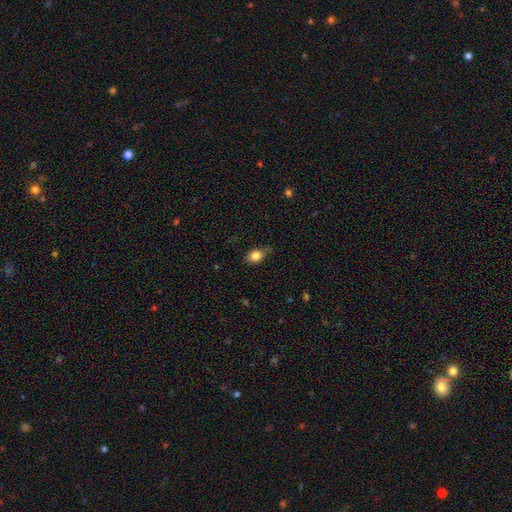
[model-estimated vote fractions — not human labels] Smooth or featured? smooth (83%)
How rounded? in between (70%)
Merging? none (63%)